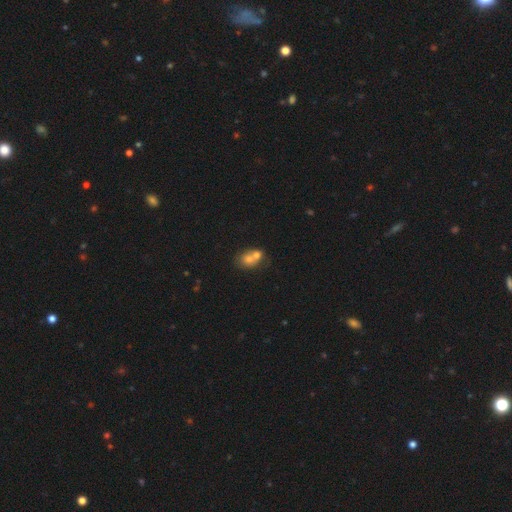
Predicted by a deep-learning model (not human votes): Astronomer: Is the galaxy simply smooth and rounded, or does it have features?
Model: smooth — 67%.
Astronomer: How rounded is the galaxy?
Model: in between — 53% (runner-up: round, 46%).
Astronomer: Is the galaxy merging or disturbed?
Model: merger — 68%.